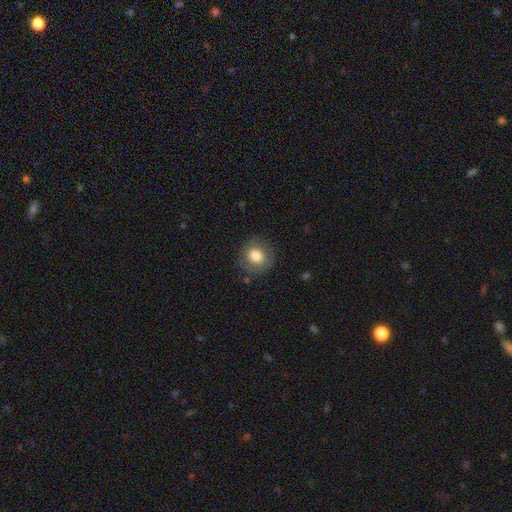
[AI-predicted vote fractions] Smooth or featured? smooth (78%)
How rounded? round (88%)
Merging? none (82%)